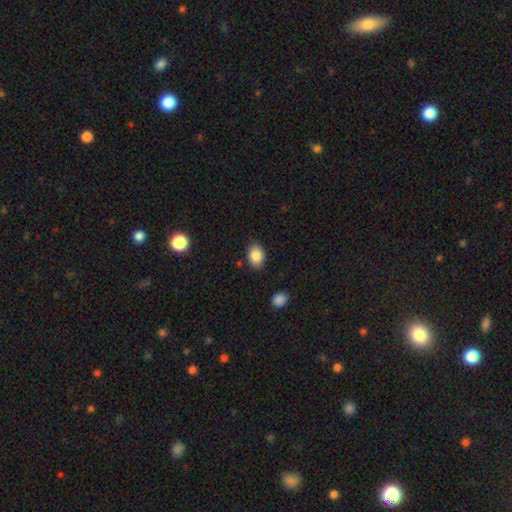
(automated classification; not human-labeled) Smooth or featured? smooth (87%)
How rounded? in between (75%)
Merging? none (85%)